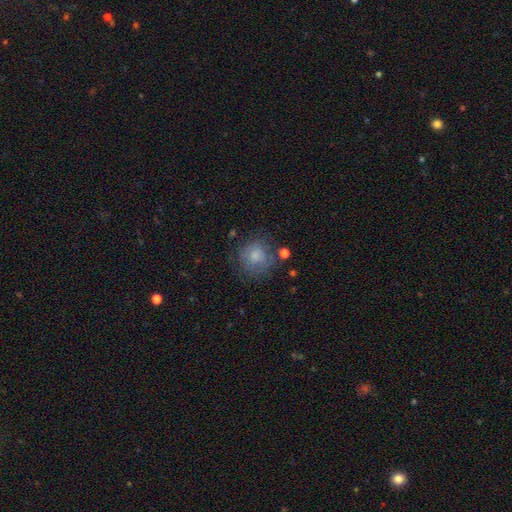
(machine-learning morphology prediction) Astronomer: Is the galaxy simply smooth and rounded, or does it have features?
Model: smooth — 72%.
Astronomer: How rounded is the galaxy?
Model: round — 86%.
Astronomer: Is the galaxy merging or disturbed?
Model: none — 64%.